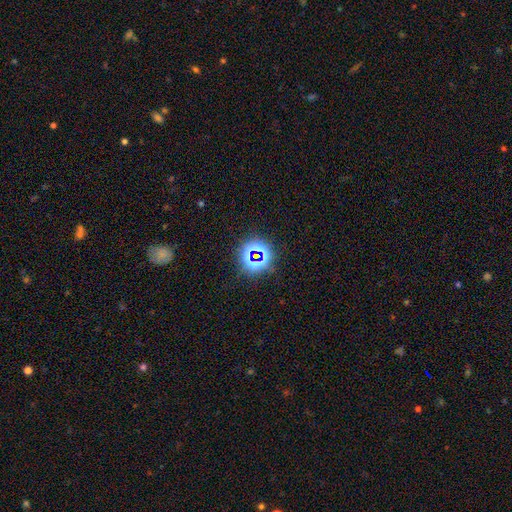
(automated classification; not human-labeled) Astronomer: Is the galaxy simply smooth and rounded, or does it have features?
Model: star or artifact — 71%.